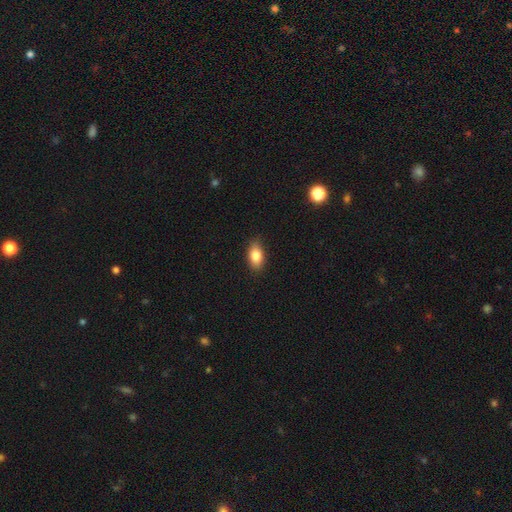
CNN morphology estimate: smooth_or_featured: smooth (p=0.82) [alt: featured or disk p=0.10]
how_rounded: in between (p=0.89) [alt: round p=0.08]
merging: none (p=0.86) [alt: minor disturbance p=0.11]